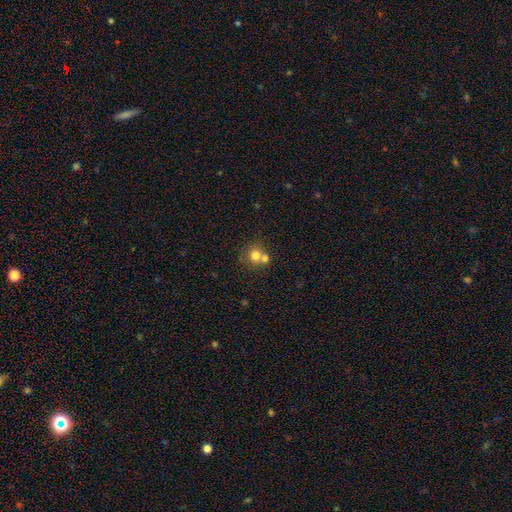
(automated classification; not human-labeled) Morphology: type=smooth (74%); roundness=round (86%); merging=none (46%).